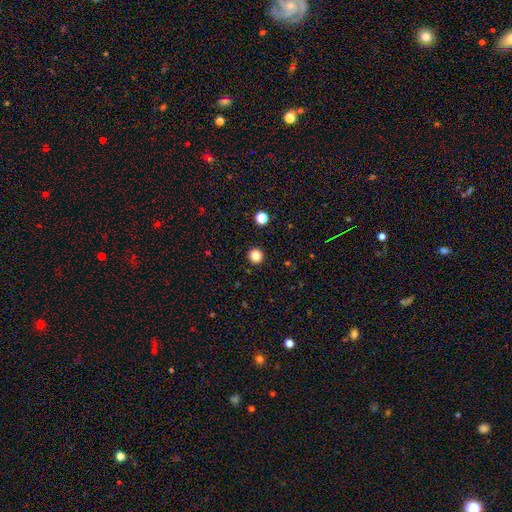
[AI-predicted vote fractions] smooth 84%, star or artifact 12%, featured or disk 4%. Down the decision tree: how rounded — round (95%); merging — none (93%).